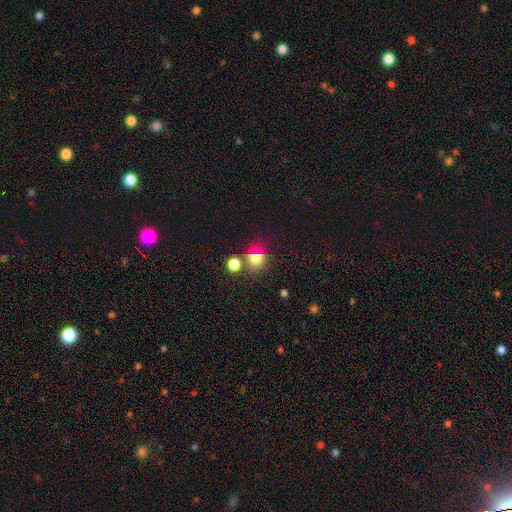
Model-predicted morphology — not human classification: Smooth or featured: smooth — 71% (star or artifact — 21%)
How rounded: round — 75% (in between — 24%)
Merging: none — 70% (merger — 14%)